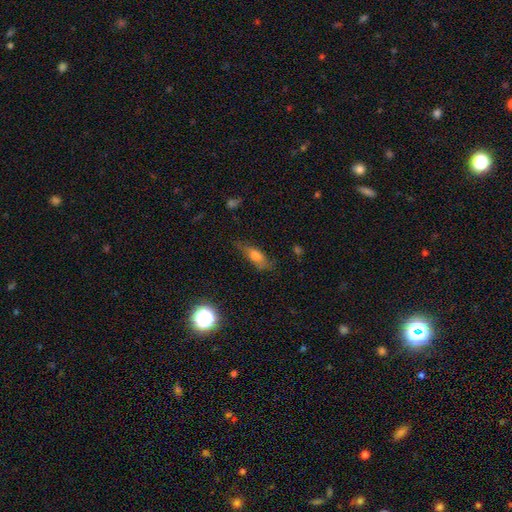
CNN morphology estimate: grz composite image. It shows a smooth galaxy with no disk features (68%) that is in between round and cigar-shaped (66%). Merging: none (60%).